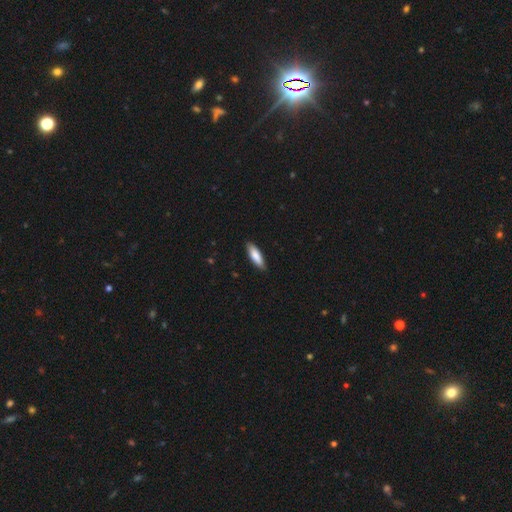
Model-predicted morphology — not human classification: This is clearly a smooth galaxy (84%). How rounded: possibly cigar-shaped (52%). Merging: clearly none (88%).